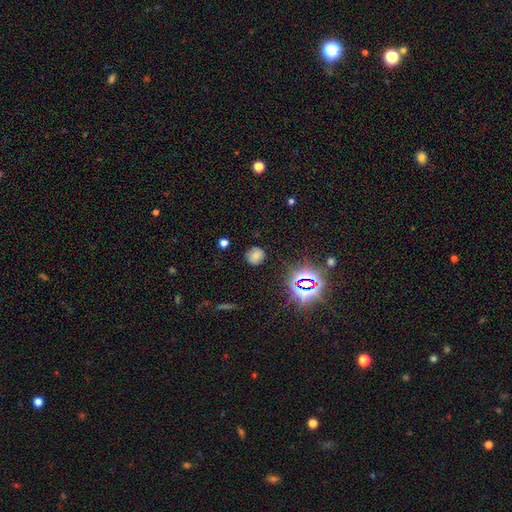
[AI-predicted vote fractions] smooth-or-featured: smooth: 64% | star or artifact: 24% | featured or disk: 11%
  how-rounded: round: 81% | in between: 18% | cigar-shaped: 1%
  merging: none: 80% | minor disturbance: 14% | major disturbance: 4% | merger: 2%